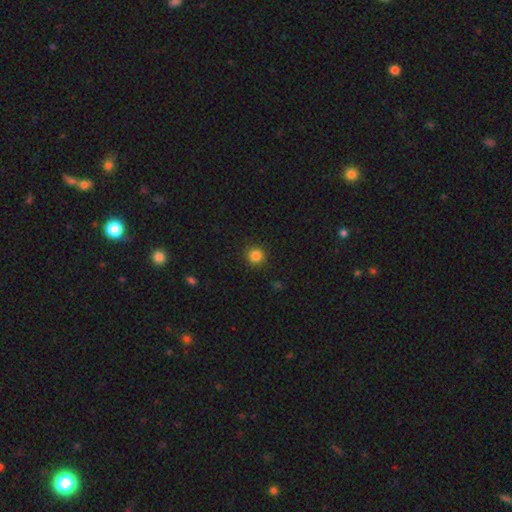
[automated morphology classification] This appears to be a smooth galaxy with no disk features (85%) that is round (94%). Merging: none (91%).